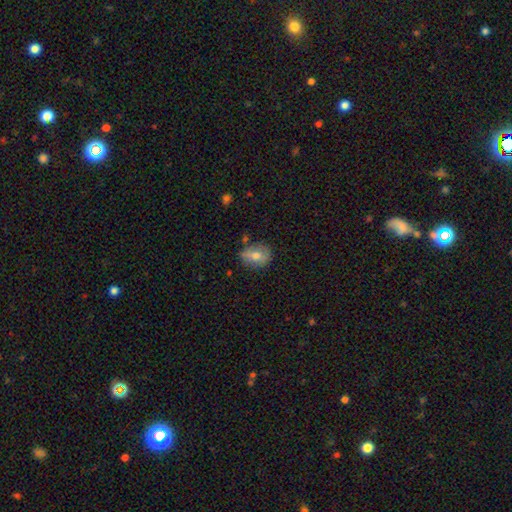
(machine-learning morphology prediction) Smooth or featured: smooth — 58% (featured or disk — 33%)
How rounded: in between — 64% (round — 34%)
Merging: none — 69% (minor disturbance — 21%)